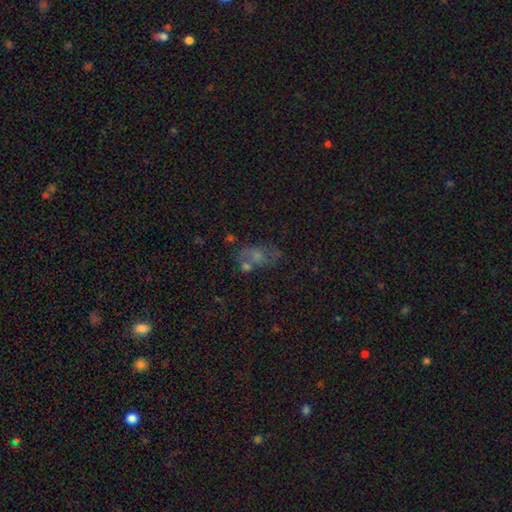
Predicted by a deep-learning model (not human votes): smooth_or_featured: featured or disk (p=0.38) [alt: smooth p=0.37]
merging: none (p=0.47) [alt: merger p=0.21]